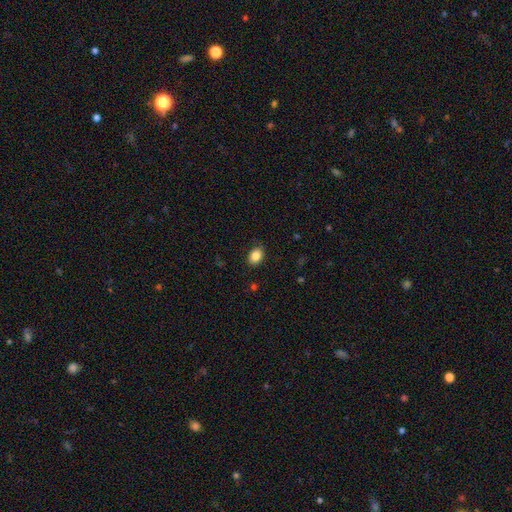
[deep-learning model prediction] smooth-or-featured: smooth: 86% | star or artifact: 9% | featured or disk: 5%
  how-rounded: in between: 71% | round: 28% | cigar-shaped: 1%
  merging: none: 86% | minor disturbance: 11% | major disturbance: 2% | merger: 1%